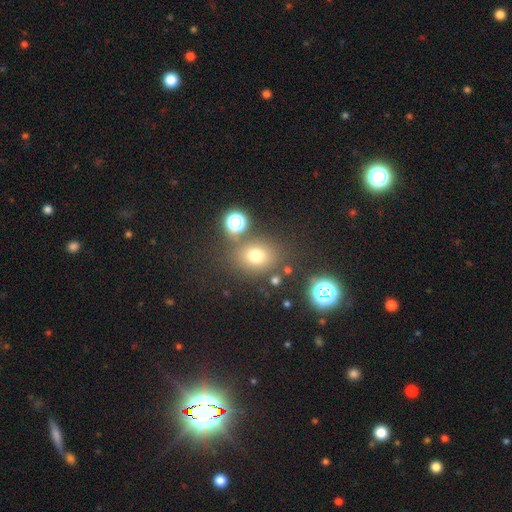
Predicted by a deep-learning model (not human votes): Smooth or featured?
  - smooth: 71% *
  - star or artifact: 19%
  - featured or disk: 10%
How rounded?
  - round: 65% *
  - in between: 34%
  - cigar-shaped: 1%
Merging?
  - none: 74% *
  - minor disturbance: 11%
  - merger: 10%
  - major disturbance: 5%